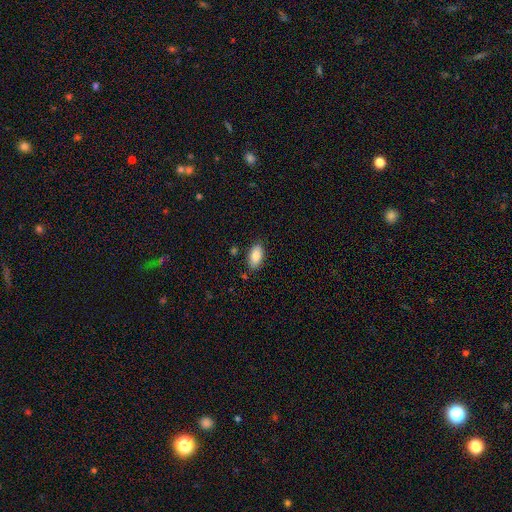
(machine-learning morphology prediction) The model was most divided on "merging": none: 83%, minor disturbance: 12%, merger: 3%, major disturbance: 2%. More confident: how rounded — in between (92%); smooth or featured — smooth (86%).